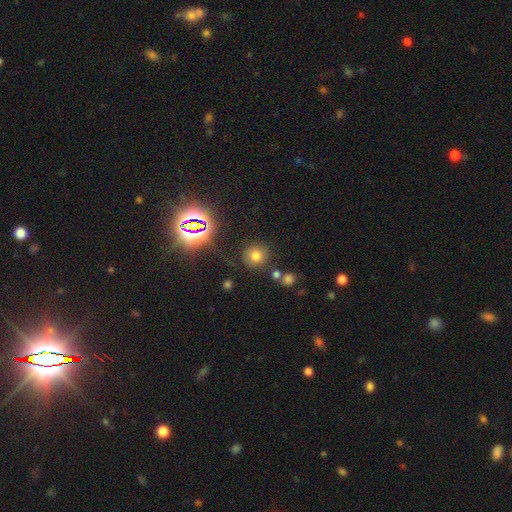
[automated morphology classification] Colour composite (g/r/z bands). It shows a smooth galaxy with no disk features (68%) that is round (90%). Merging: none (79%).